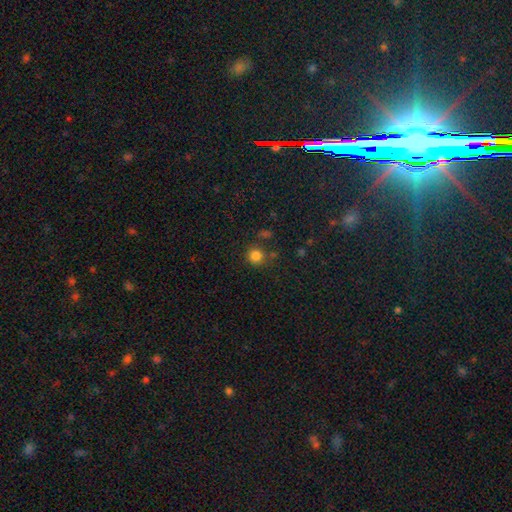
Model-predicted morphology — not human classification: This is clearly a smooth galaxy (82%). How rounded: clearly round (92%). Merging: likely none (78%).